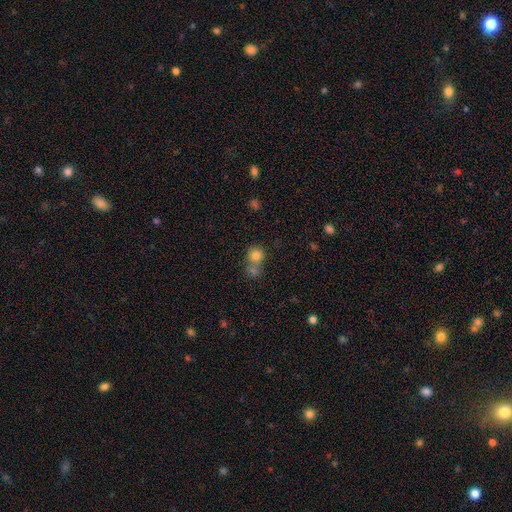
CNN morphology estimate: type=smooth (78%); roundness=round (81%); merging=none (45%).